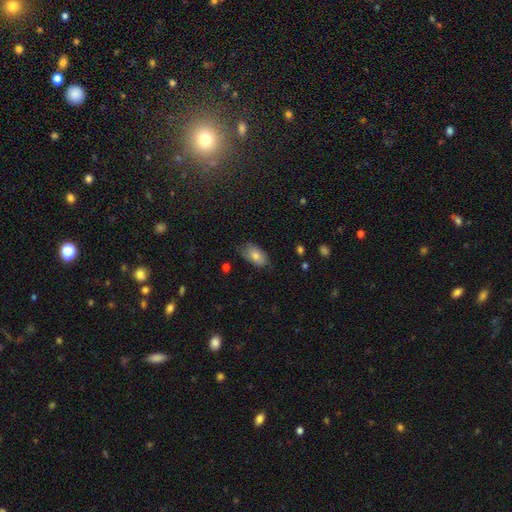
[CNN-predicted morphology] Q: Smooth or featured?
A: smooth (75%); runner-up: featured or disk (17%)
Q: How rounded?
A: in between (92%); runner-up: round (5%)
Q: Merging?
A: none (65%); runner-up: minor disturbance (28%)